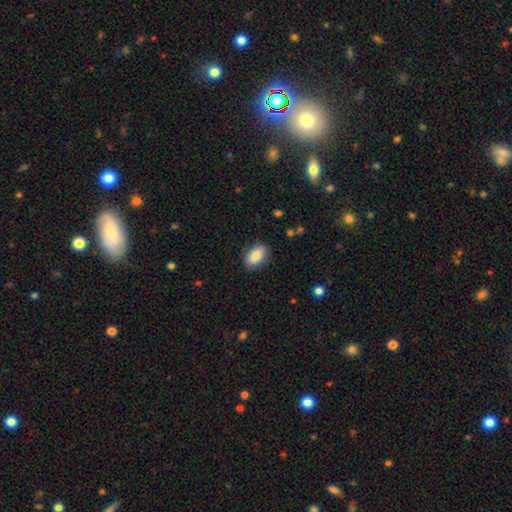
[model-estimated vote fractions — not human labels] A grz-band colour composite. It shows a smooth galaxy with no disk features (85%) that is in between round and cigar-shaped (90%). Merging: none (85%).